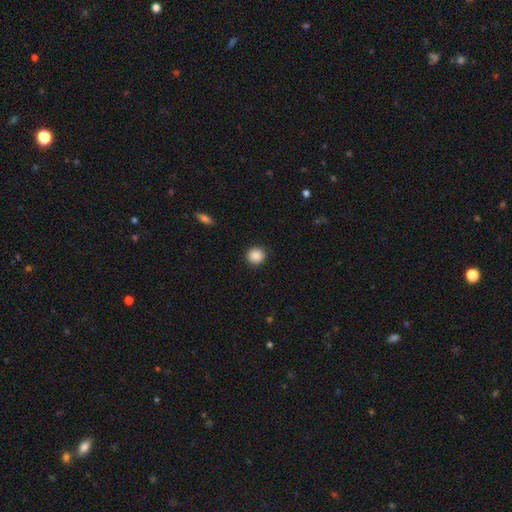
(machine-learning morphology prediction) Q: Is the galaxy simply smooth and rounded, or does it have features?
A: smooth — 89%.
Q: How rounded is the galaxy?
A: round — 91%.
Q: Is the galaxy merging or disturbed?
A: none — 92%.